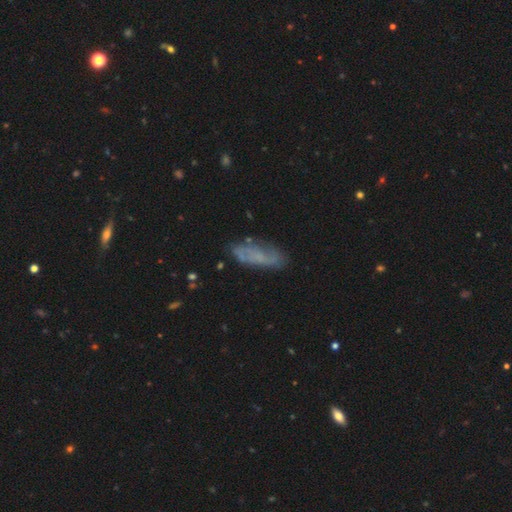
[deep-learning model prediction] Overall: smooth (50%; featured or disk 38%). How rounded: in between (57%; cigar-shaped 40%). Merging: none (68%).